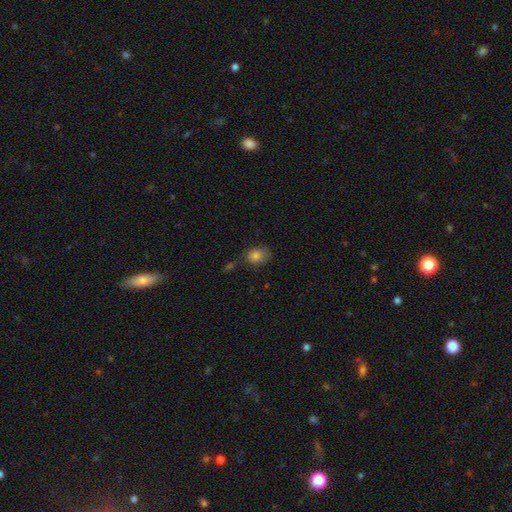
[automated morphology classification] Smooth or featured?
  - smooth: 81% *
  - star or artifact: 10%
  - featured or disk: 8%
How rounded?
  - in between: 62% *
  - round: 36%
  - cigar-shaped: 1%
Merging?
  - none: 56% *
  - minor disturbance: 25%
  - merger: 11%
  - major disturbance: 8%